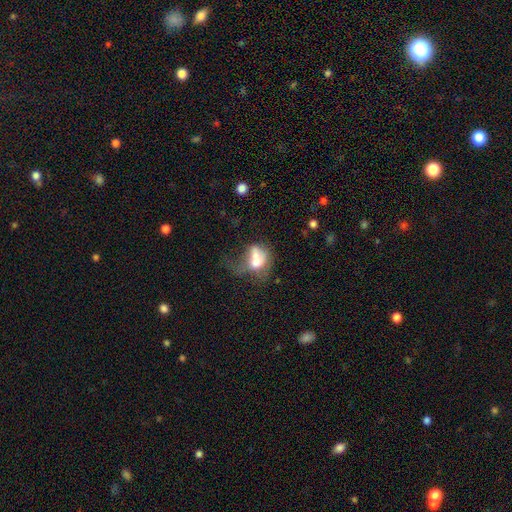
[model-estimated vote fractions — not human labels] Smooth or featured?
  - smooth: 55% *
  - featured or disk: 33%
  - star or artifact: 12%
How rounded?
  - in between: 69% *
  - round: 26%
  - cigar-shaped: 5%
Merging?
  - major disturbance: 43% *
  - merger: 24%
  - none: 17%
  - minor disturbance: 16%